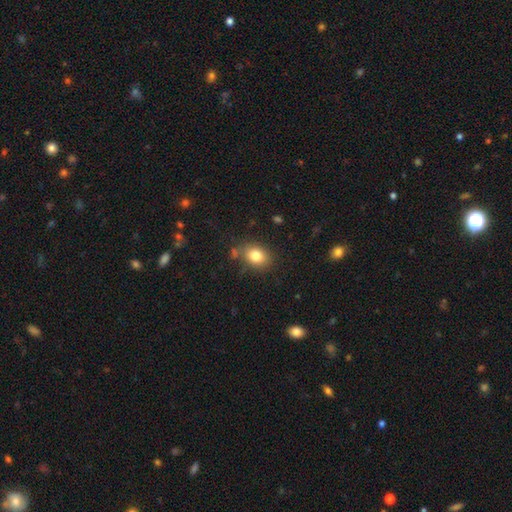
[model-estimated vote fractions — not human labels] The model was most divided on "how rounded": in between: 58%, round: 41%, cigar-shaped: 1%. More confident: smooth or featured — smooth (81%); merging — none (78%).